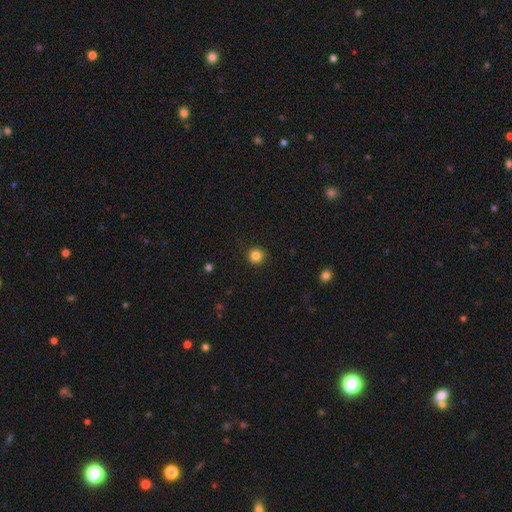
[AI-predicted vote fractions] The model was most divided on "smooth or featured": smooth: 84%, star or artifact: 11%, featured or disk: 4%. More confident: how rounded — round (94%); merging — none (92%).